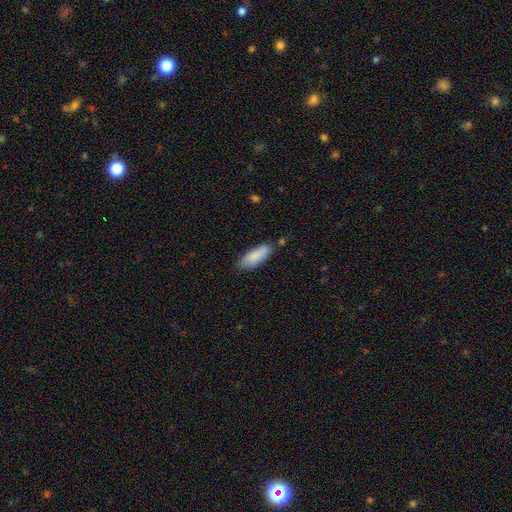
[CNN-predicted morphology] Smooth or featured? smooth (87%)
How rounded? in between (67%)
Merging? none (75%)